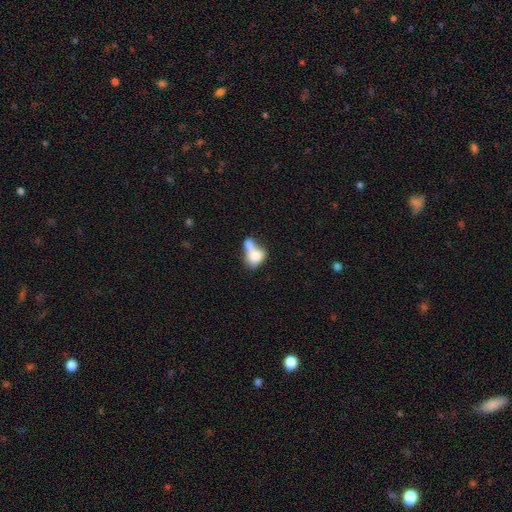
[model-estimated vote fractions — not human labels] Q: Smooth or featured?
A: smooth (70%); runner-up: featured or disk (21%)
Q: How rounded?
A: in between (72%); runner-up: round (23%)
Q: Merging?
A: merger (61%); runner-up: none (18%)